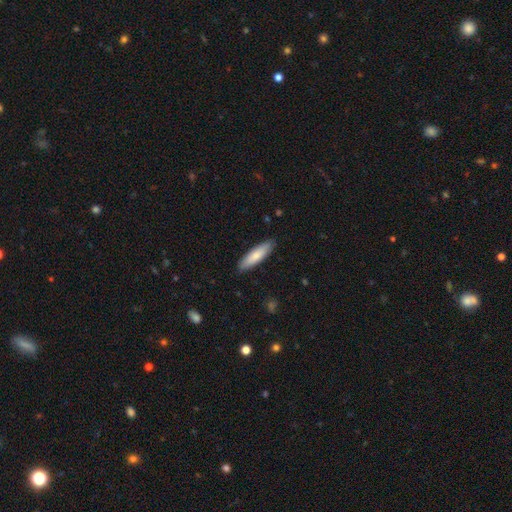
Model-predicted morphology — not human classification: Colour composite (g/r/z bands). It shows a smooth galaxy with no disk features (79%) that is cigar-shaped (65%). Merging: none (88%).